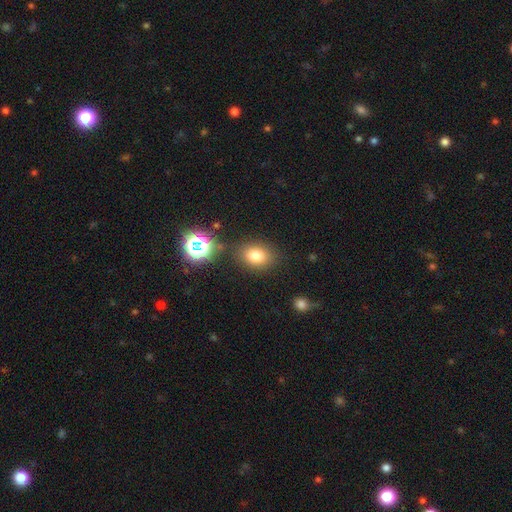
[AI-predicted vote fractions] Smooth or featured?
  - smooth: 78% *
  - star or artifact: 14%
  - featured or disk: 8%
How rounded?
  - in between: 65% *
  - round: 34%
  - cigar-shaped: 1%
Merging?
  - none: 79% *
  - minor disturbance: 12%
  - merger: 5%
  - major disturbance: 4%